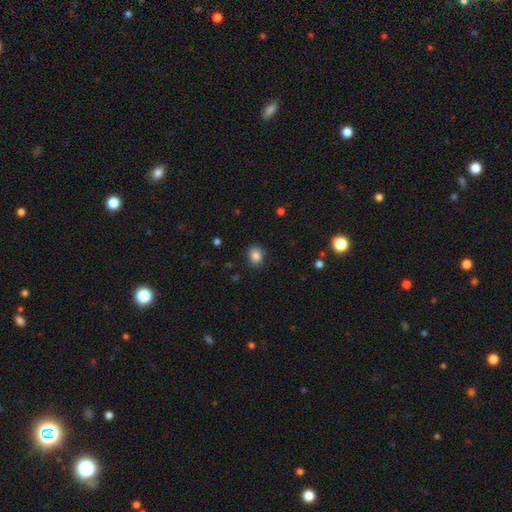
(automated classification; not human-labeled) This appears to be a smooth galaxy with no disk features (85%) that is in between round and cigar-shaped (52%). Merging: none (87%).